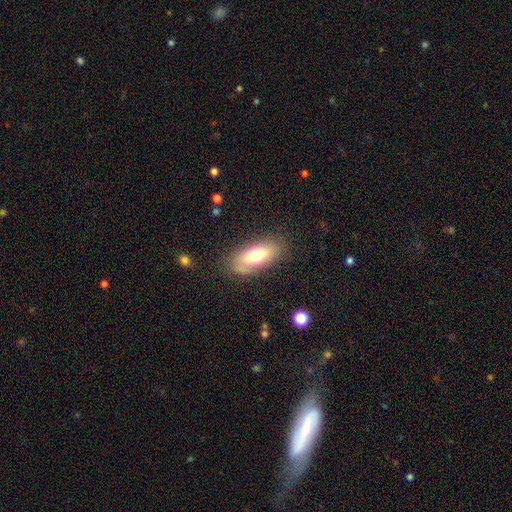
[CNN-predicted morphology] This is likely a smooth galaxy (65%). How rounded: clearly in between (81%). Merging: likely none (79%).